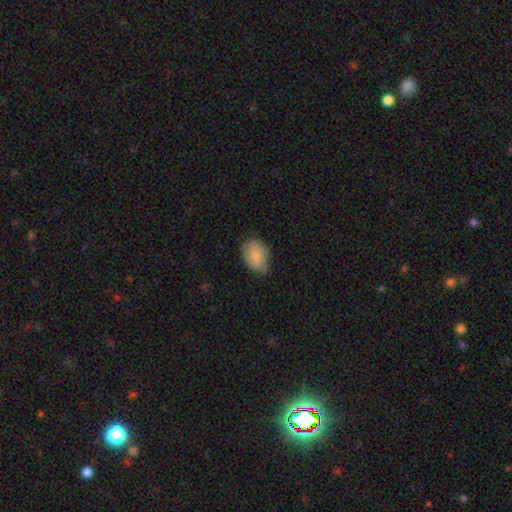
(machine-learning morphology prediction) smooth-or-featured: smooth: 77% | featured or disk: 16% | star or artifact: 7%
  how-rounded: in between: 79% | round: 19% | cigar-shaped: 1%
  merging: none: 60% | minor disturbance: 33% | major disturbance: 6% | merger: 1%